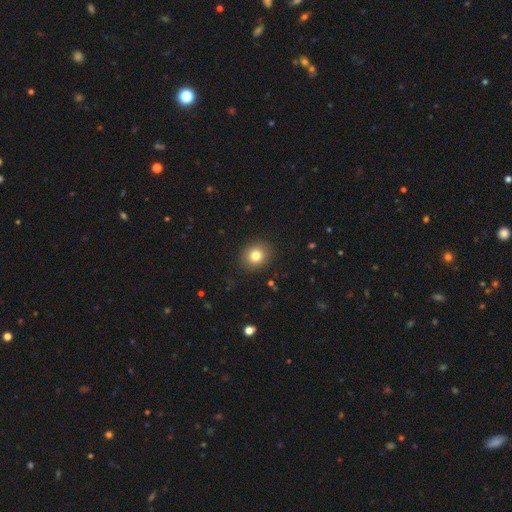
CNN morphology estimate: Smooth or featured?
  - smooth: 81% *
  - star or artifact: 11%
  - featured or disk: 8%
How rounded?
  - round: 75% *
  - in between: 24%
  - cigar-shaped: 1%
Merging?
  - none: 90% *
  - minor disturbance: 7%
  - major disturbance: 2%
  - merger: 1%